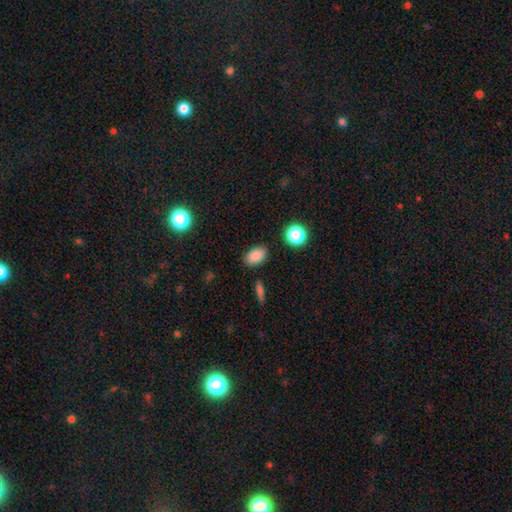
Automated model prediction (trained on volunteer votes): This is clearly a smooth galaxy (86%). How rounded: clearly in between (84%). Merging: clearly none (86%).